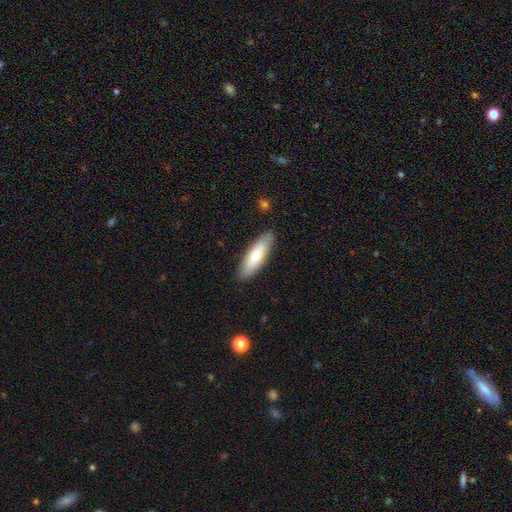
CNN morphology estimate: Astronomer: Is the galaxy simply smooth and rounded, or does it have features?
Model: smooth — 70%.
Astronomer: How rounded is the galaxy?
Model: in between — 50% (runner-up: cigar-shaped, 48%).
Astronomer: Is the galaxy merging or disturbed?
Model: none — 87%.